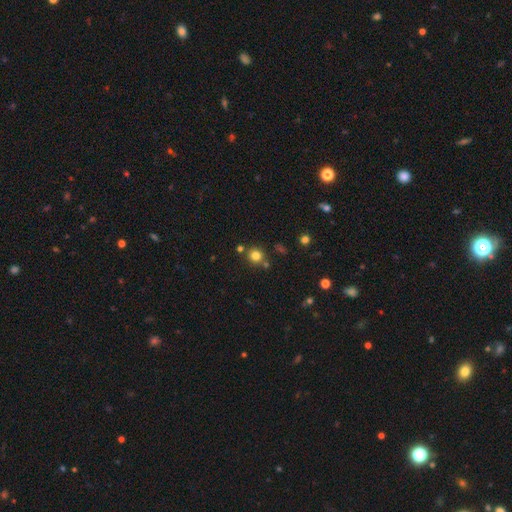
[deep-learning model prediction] Overall: smooth (80%). How rounded: round (89%). Merging: none (76%).